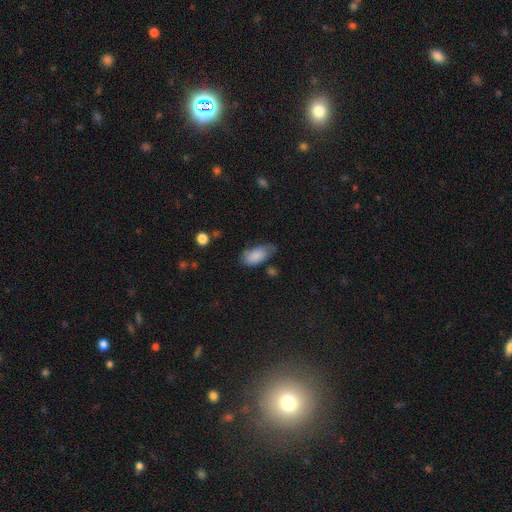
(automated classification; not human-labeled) Smooth or featured: smooth — 80% (featured or disk — 12%)
How rounded: in between — 92% (cigar-shaped — 5%)
Merging: none — 48% (minor disturbance — 36%)